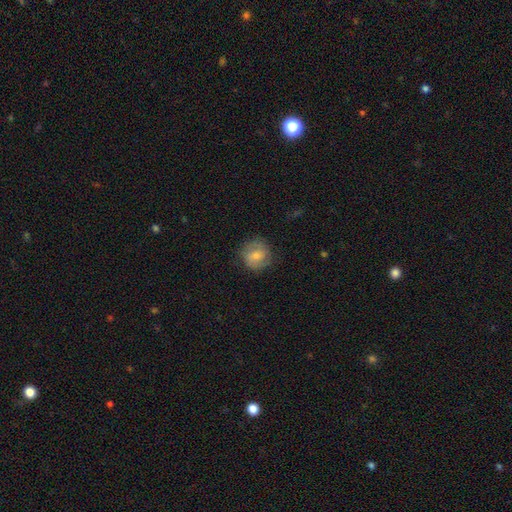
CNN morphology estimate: A smooth galaxy with no disk features (51%) that is round (85%).

Vote fractions:
- Smooth or featured? smooth: 51% / featured or disk: 42% / star or artifact: 7%
- How rounded? round: 85% / in between: 14% / cigar-shaped: 1%
- Merging? none: 78% / minor disturbance: 15% / major disturbance: 6% / merger: 1%